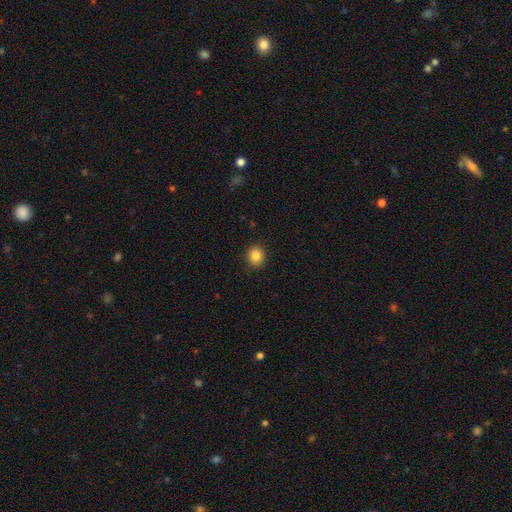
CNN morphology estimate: Smooth or featured? smooth (86%)
How rounded? round (79%)
Merging? none (90%)